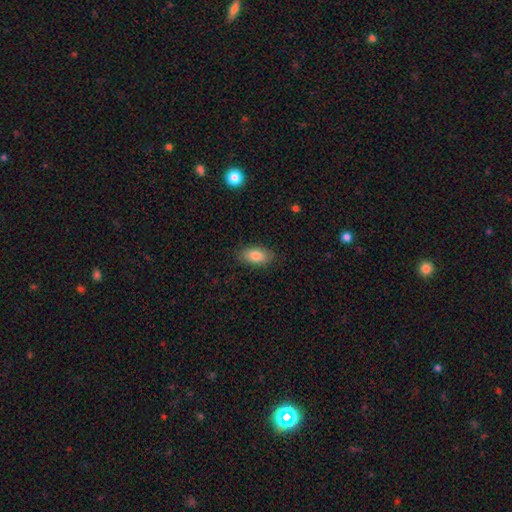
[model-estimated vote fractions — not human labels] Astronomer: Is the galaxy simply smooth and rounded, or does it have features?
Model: smooth — 83%.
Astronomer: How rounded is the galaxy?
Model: in between — 92%.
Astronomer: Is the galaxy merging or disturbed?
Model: none — 86%.